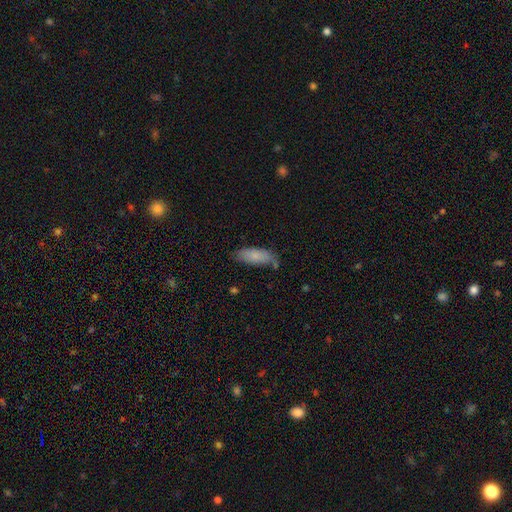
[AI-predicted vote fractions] A smooth galaxy with no disk features (81%) that is in between round and cigar-shaped (71%). Merging: none (68%).